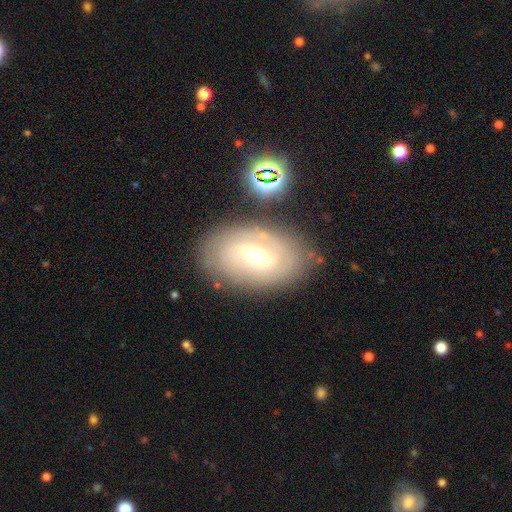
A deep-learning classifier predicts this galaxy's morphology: Smooth or featured?
  - featured or disk: 72% *
  - smooth: 20%
  - star or artifact: 8%
Edge-on disk?
  - no: 93% *
  - yes: 7%
Bar?
  - weak: 49% *
  - strong: 31%
  - no: 20%
Spiral arms?
  - yes: 75% *
  - no: 25%
Spiral winding?
  - tight: 46% *
  - medium: 36%
  - loose: 18%
Spiral arm count?
  - 2: 60% *
  - can't tell: 26%
  - 1: 5%
  - 3: 5%
  - 4: 2%
  - more than 4: 2%
Bulge size?
  - moderate: 69% *
  - small: 19%
  - large: 9%
  - dominant: 1%
  - none: 1%
Merging?
  - none: 75% *
  - minor disturbance: 15%
  - major disturbance: 6%
  - merger: 4%